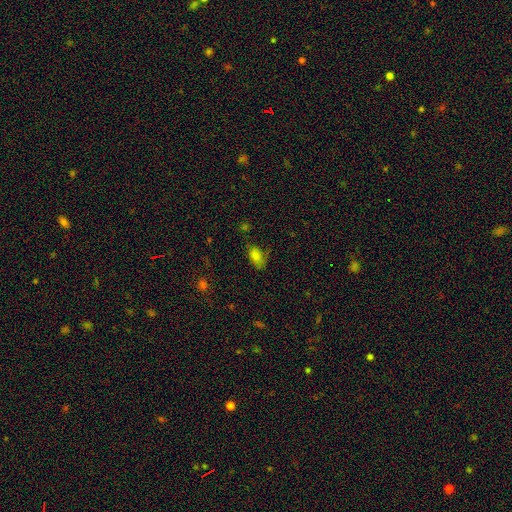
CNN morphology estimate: The model was most divided on "merging": none: 49%, minor disturbance: 28%, major disturbance: 19%, merger: 4%. More confident: how rounded — in between (89%); smooth or featured — smooth (74%).